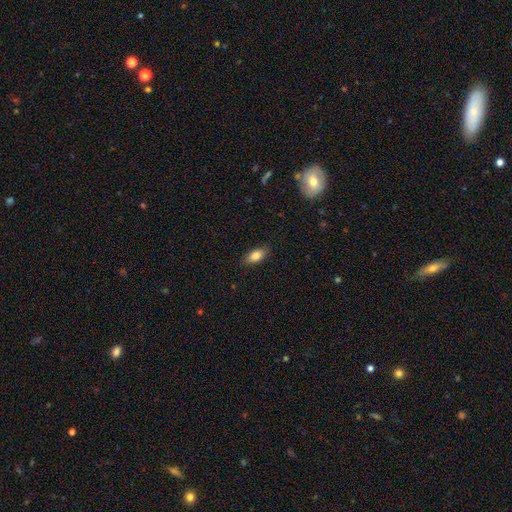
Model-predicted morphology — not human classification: A smooth galaxy with no disk features (83%) that is in between round and cigar-shaped (88%).

Vote fractions:
- Smooth or featured? smooth: 83% / featured or disk: 10% / star or artifact: 7%
- How rounded? in between: 88% / cigar-shaped: 7% / round: 5%
- Merging? none: 86% / minor disturbance: 11% / major disturbance: 2% / merger: 1%